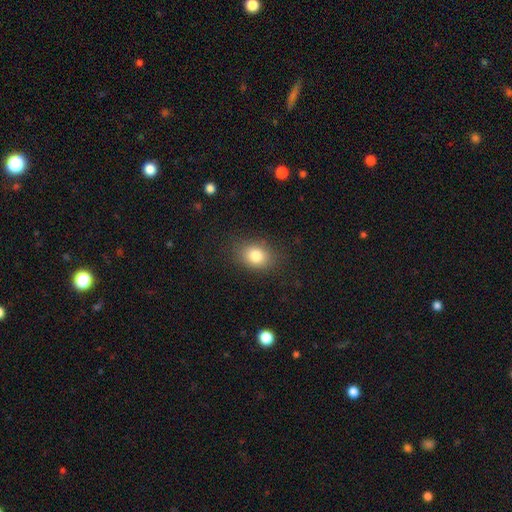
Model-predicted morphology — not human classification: Smooth or featured?
  - smooth: 81% *
  - star or artifact: 10%
  - featured or disk: 9%
How rounded?
  - in between: 63% *
  - round: 36%
  - cigar-shaped: 1%
Merging?
  - none: 83% *
  - minor disturbance: 12%
  - major disturbance: 4%
  - merger: 1%